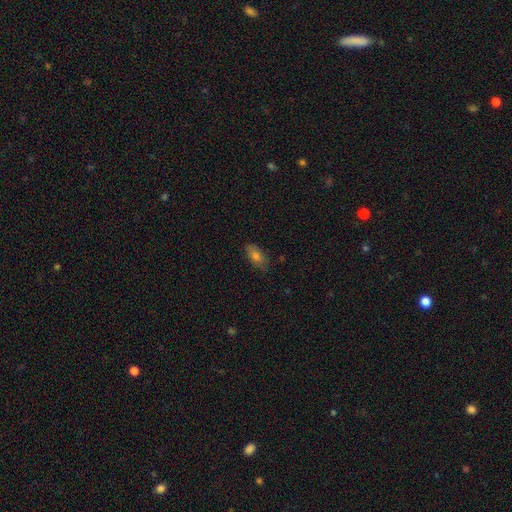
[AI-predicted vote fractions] Smooth or featured: smooth — 71% (featured or disk — 17%)
How rounded: in between — 87% (cigar-shaped — 8%)
Merging: none — 82% (minor disturbance — 14%)